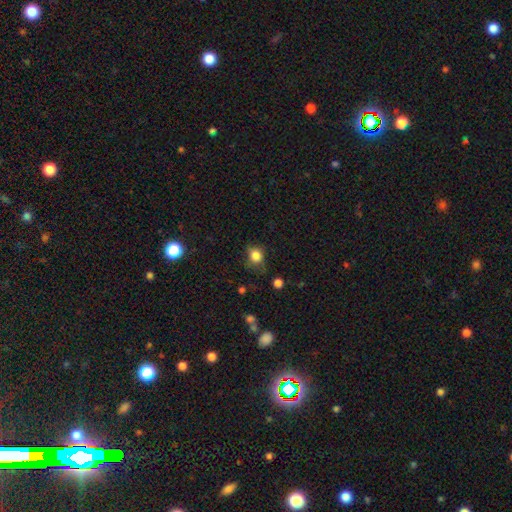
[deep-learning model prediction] A smooth galaxy with no disk features (82%) that is round (71%). Merging: none (64%).